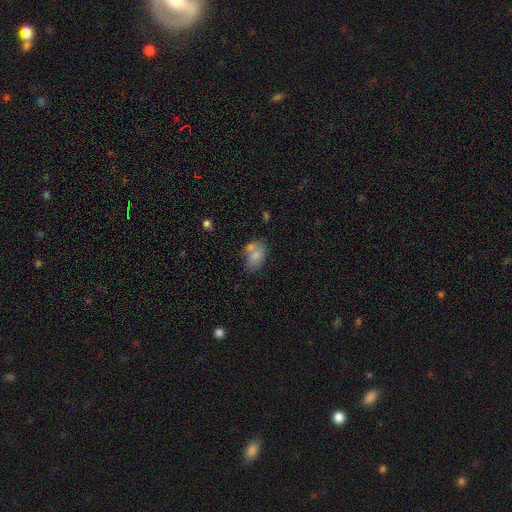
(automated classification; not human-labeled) smooth 77%, featured or disk 15%, star or artifact 8%. Down the decision tree: how rounded — in between (87%); merging — none (47%).